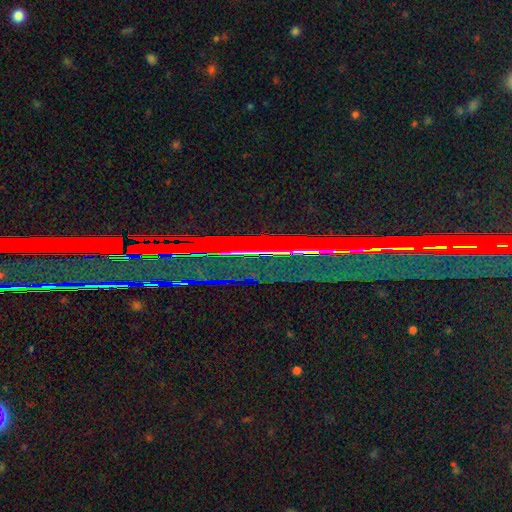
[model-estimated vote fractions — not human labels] Q: Smooth or featured?
A: star or artifact (82%); runner-up: featured or disk (11%)